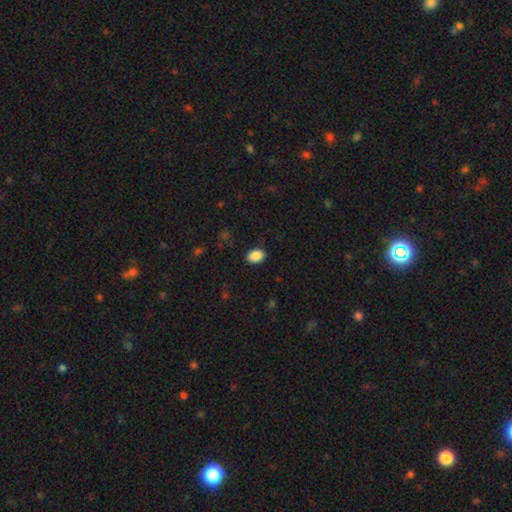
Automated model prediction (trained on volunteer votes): This appears to be a smooth galaxy with no disk features (89%) that is in between round and cigar-shaped (82%). Merging: none (88%).